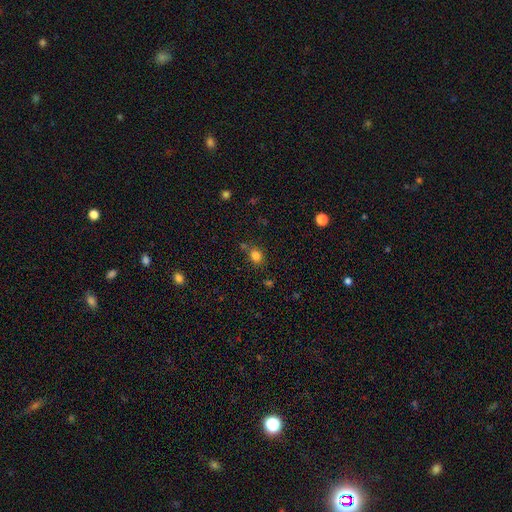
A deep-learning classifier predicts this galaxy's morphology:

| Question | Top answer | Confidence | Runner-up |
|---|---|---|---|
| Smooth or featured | smooth | 82% | star or artifact (13%) |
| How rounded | round | 65% | in between (34%) |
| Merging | none | 68% | minor disturbance (15%) |